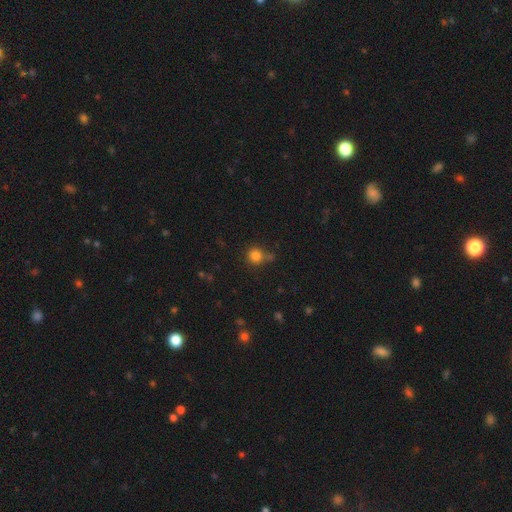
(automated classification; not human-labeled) Smooth or featured: smooth — 82% (star or artifact — 13%)
How rounded: round — 90% (in between — 9%)
Merging: none — 67% (minor disturbance — 15%)